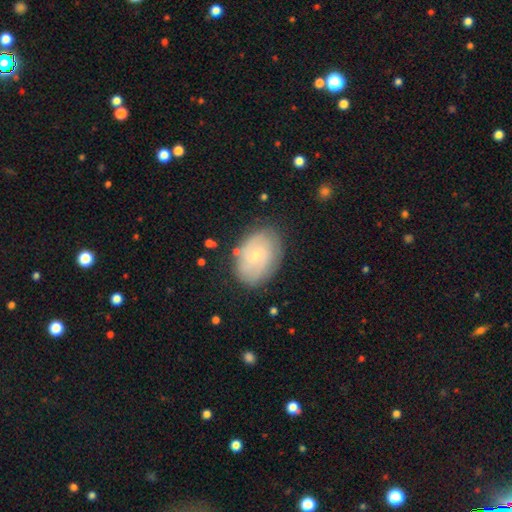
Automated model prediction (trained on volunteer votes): Smooth or featured? featured or disk (58%)
Edge-on disk? no (96%)
Bar? no (66%)
Spiral arms? yes (78%)
Bulge size? small (75%)
Merging? none (79%)